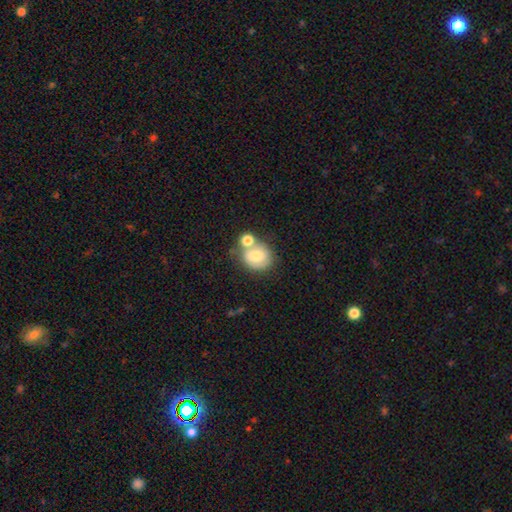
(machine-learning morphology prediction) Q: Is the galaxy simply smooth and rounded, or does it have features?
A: smooth — 71%.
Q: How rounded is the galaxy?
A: round — 65%.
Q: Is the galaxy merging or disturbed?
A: none — 46%.